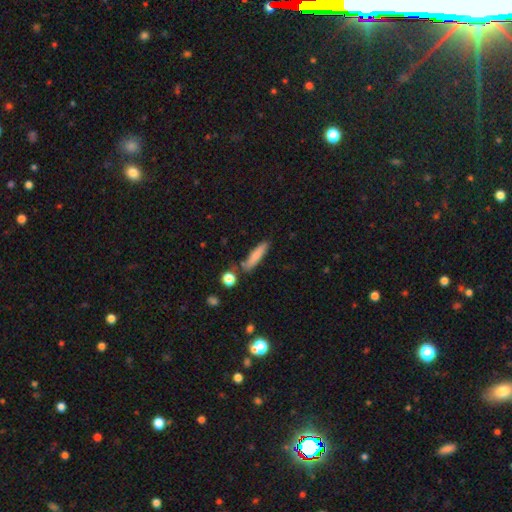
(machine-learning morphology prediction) Smooth or featured? smooth (81%)
How rounded? cigar-shaped (78%)
Merging? none (75%)